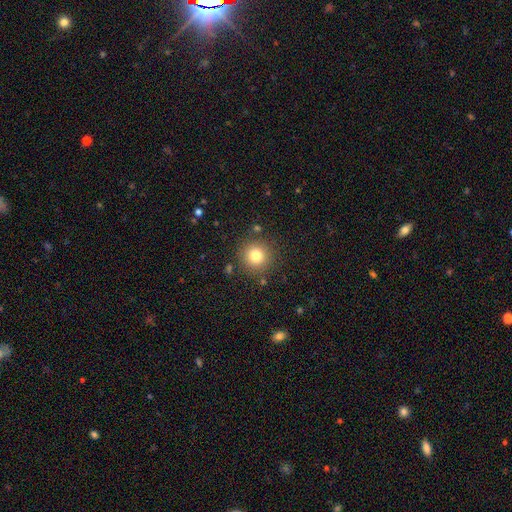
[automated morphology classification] The model was most divided on "smooth or featured": smooth: 79%, star or artifact: 13%, featured or disk: 8%. More confident: how rounded — round (94%); merging — none (87%).